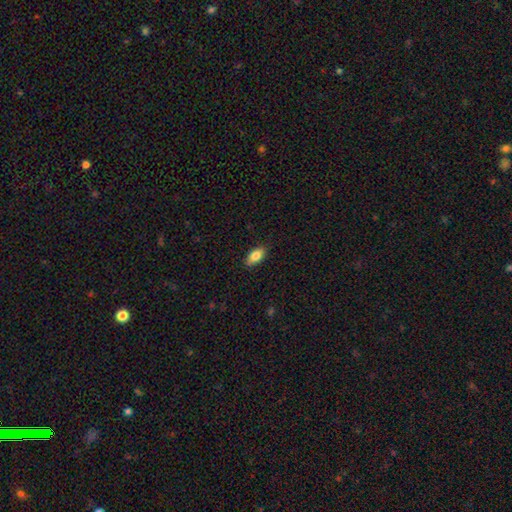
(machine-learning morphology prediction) This is clearly a smooth galaxy (84%). How rounded: clearly in between (91%). Merging: clearly none (86%).